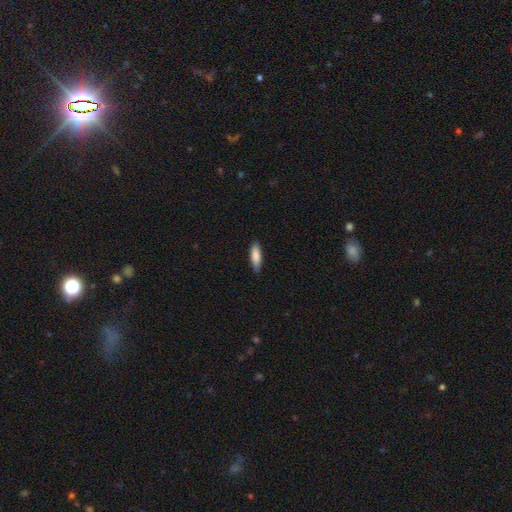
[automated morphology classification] Smooth or featured: smooth — 86% (featured or disk — 9%)
How rounded: cigar-shaped — 52% (in between — 46%)
Merging: none — 86% (minor disturbance — 11%)